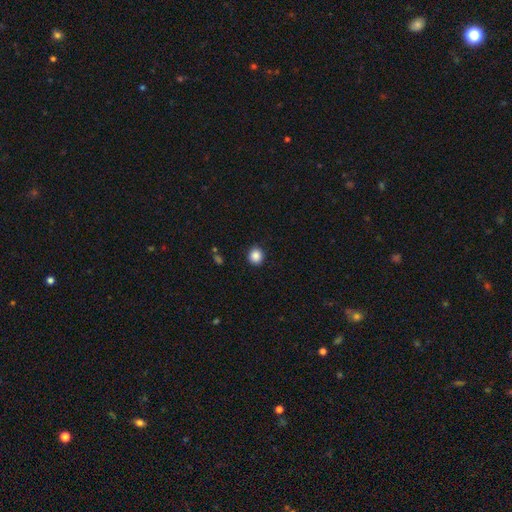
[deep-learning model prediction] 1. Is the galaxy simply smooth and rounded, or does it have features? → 87% smooth, 10% star or artifact, 3% featured or disk.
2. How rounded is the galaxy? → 84% round, 15% in between, 1% cigar-shaped.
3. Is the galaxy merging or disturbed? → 91% none, 6% minor disturbance, 2% major disturbance, 1% merger.